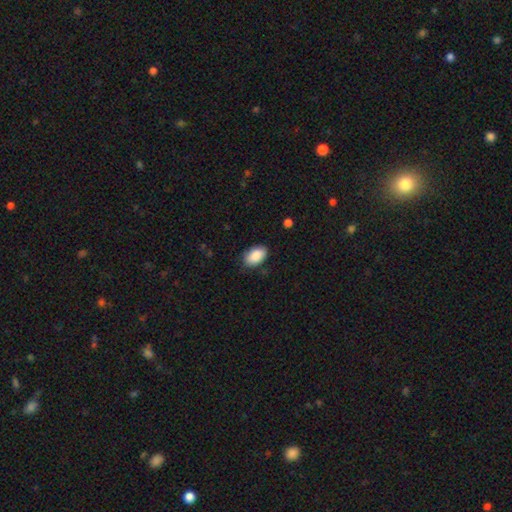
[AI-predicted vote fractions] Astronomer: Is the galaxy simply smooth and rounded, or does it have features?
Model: smooth — 89%.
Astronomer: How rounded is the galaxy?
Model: in between — 93%.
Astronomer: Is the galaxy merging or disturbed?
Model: none — 82%.